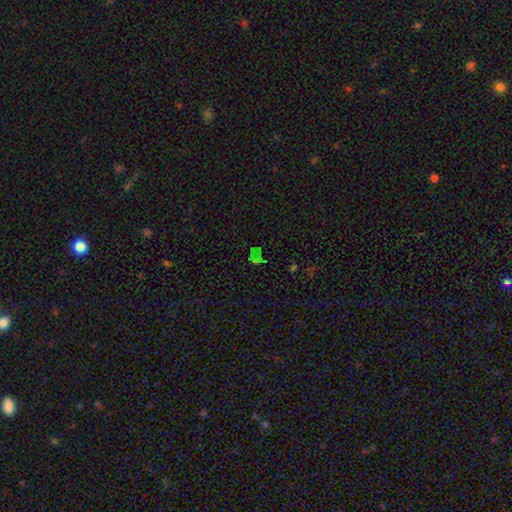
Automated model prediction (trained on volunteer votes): A star or artifact, not a galaxy (60%).

Vote fractions:
- Smooth or featured? star or artifact: 60% / smooth: 27% / featured or disk: 13%